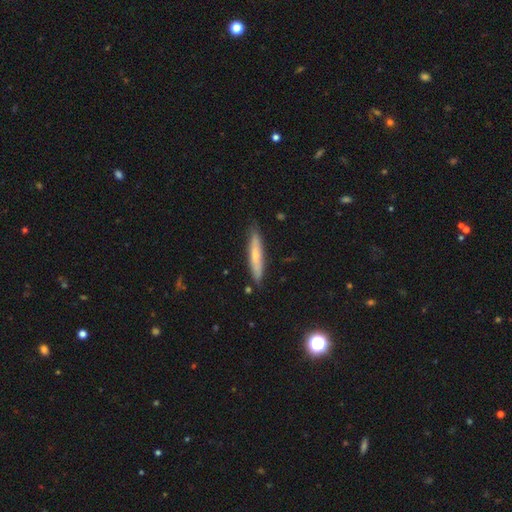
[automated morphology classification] type=smooth (60%); roundness=cigar-shaped (90%); merging=none (83%).